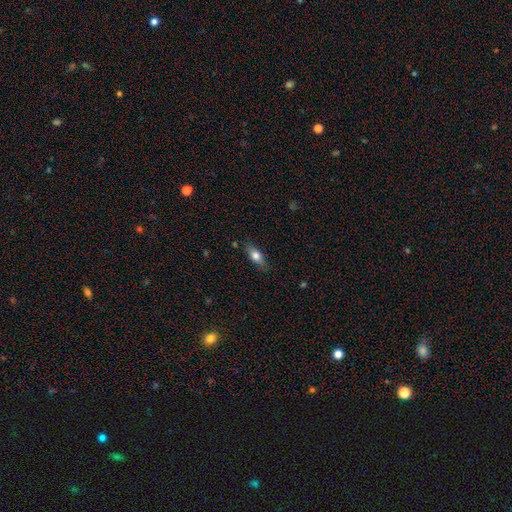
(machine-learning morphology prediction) This is likely a smooth galaxy (71%). How rounded: likely in between (74%). Merging: clearly none (81%).